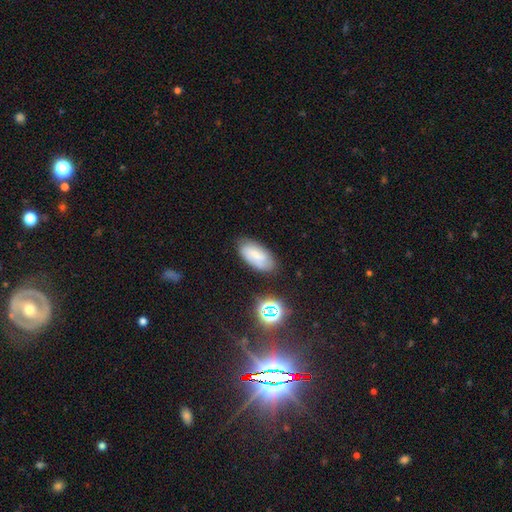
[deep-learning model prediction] A smooth galaxy with no disk features (54%) that is in between round and cigar-shaped (92%). Merging: none (78%).